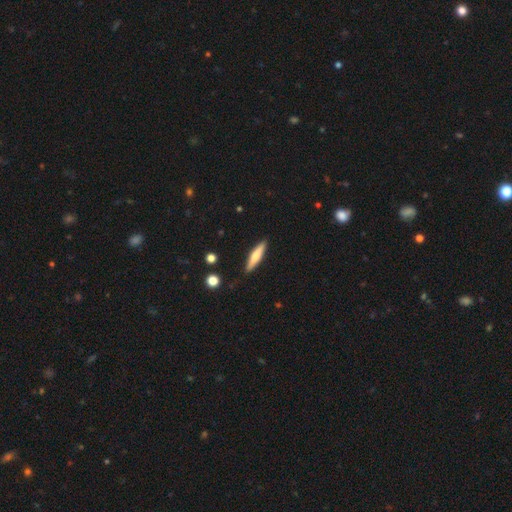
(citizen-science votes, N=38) Smooth or featured: smooth — 68% (featured or disk — 26%)
How rounded: cigar-shaped — 85% (in between — 15%)
Merging: none — 89% (major disturbance — 6%)